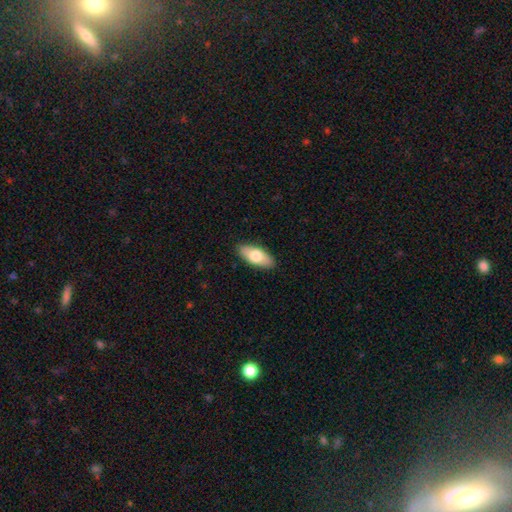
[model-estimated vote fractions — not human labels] Smooth or featured? Predicted: smooth (p=0.75). How rounded? Predicted: in between (p=0.84). Merging? Predicted: none (p=0.89).